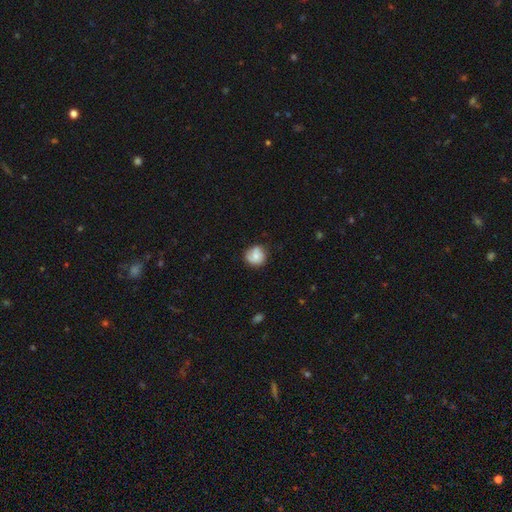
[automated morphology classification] A smooth galaxy with no disk features (62%) that is round (84%). Merging: none (65%).